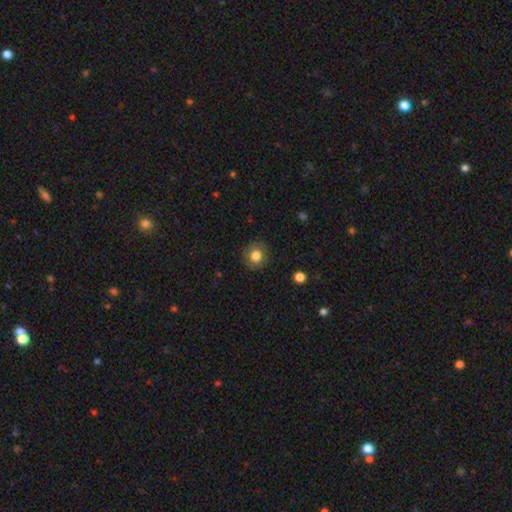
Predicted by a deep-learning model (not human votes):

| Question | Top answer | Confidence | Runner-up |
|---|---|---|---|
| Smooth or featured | smooth | 80% | featured or disk (10%) |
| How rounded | round | 85% | in between (14%) |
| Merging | none | 88% | minor disturbance (9%) |